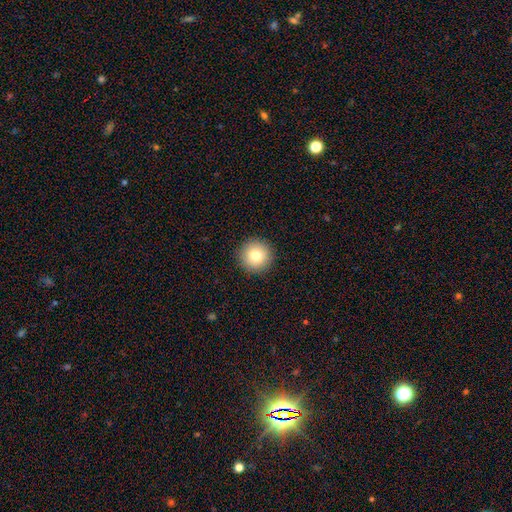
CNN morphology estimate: Smooth or featured?
  - smooth: 79% *
  - featured or disk: 11%
  - star or artifact: 10%
How rounded?
  - round: 96% *
  - in between: 3%
  - cigar-shaped: 1%
Merging?
  - none: 92% *
  - minor disturbance: 5%
  - major disturbance: 2%
  - merger: 1%